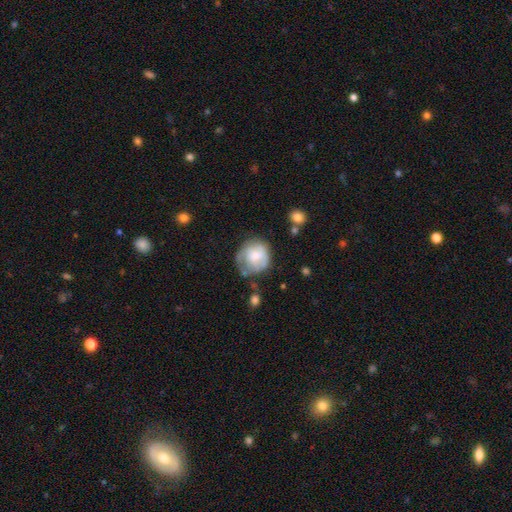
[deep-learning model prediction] Smooth or featured? Predicted: smooth (p=0.56). How rounded? Predicted: round (p=0.80). Merging? Predicted: none (p=0.50).